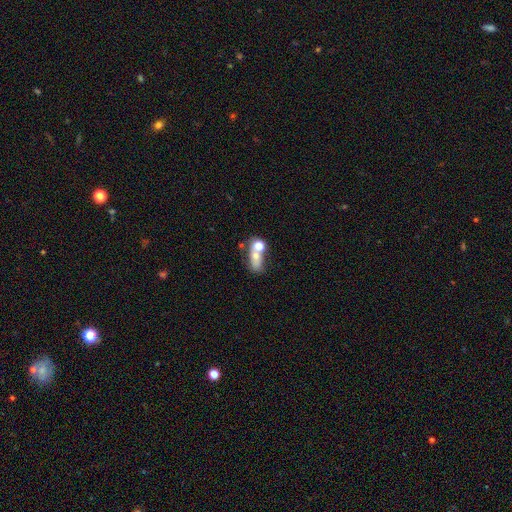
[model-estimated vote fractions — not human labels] smooth 61%, featured or disk 27%, star or artifact 13%. Down the decision tree: how rounded — in between (62%); merging — merger (54%).